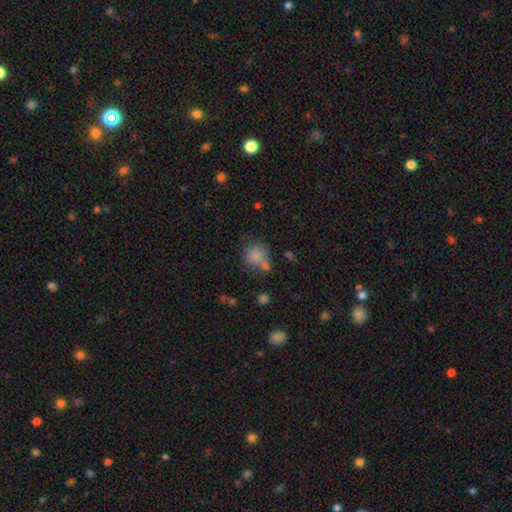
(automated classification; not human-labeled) smooth_or_featured: smooth (p=0.80) [alt: star or artifact p=0.11]
how_rounded: round (p=0.77) [alt: in between p=0.22]
merging: none (p=0.51) [alt: merger p=0.21]